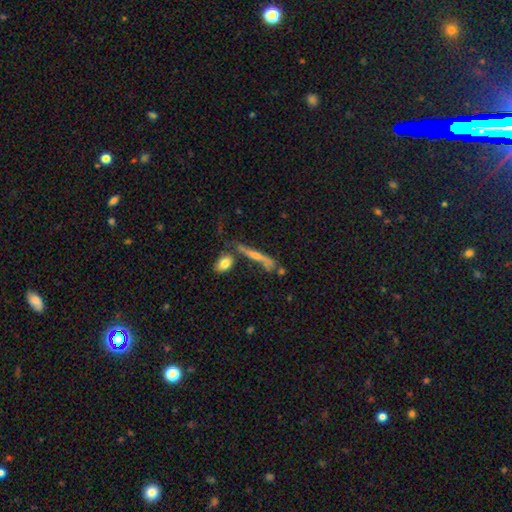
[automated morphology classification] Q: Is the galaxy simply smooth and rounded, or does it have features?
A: featured or disk — 53%.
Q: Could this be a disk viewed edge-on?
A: yes — 80%.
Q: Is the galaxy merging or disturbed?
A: none — 51%.